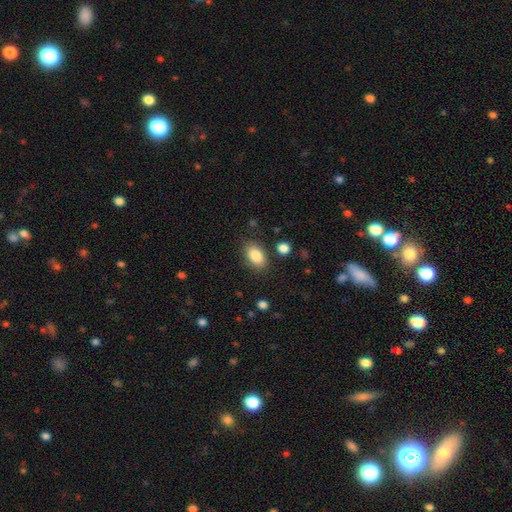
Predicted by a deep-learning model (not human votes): This appears to be a smooth galaxy with no disk features (87%) that is in between round and cigar-shaped (89%). Merging: none (83%).